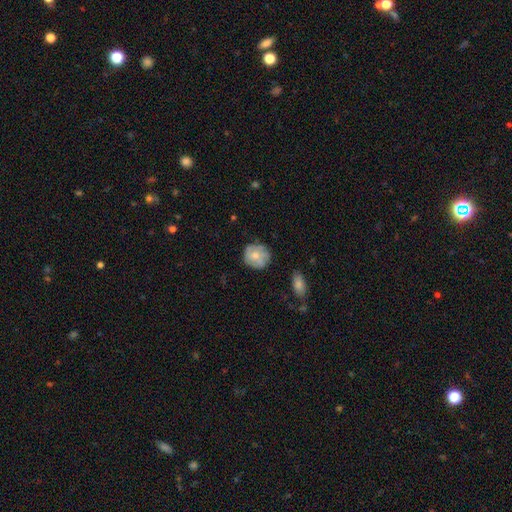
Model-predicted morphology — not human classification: Smooth or featured: smooth — 54% (featured or disk — 38%)
How rounded: round — 82% (in between — 17%)
Merging: none — 72% (minor disturbance — 21%)